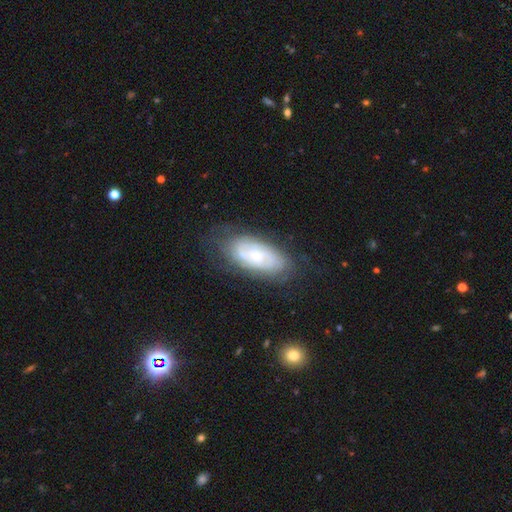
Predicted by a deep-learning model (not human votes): The model was most divided on "bulge size": small: 60%, moderate: 34%, large: 2%, none: 2%, dominant: 1%. More confident: edge-on disk — no (91%); spiral arms — yes (78%); bar — no (73%); merging — none (69%); smooth or featured — featured or disk (64%).